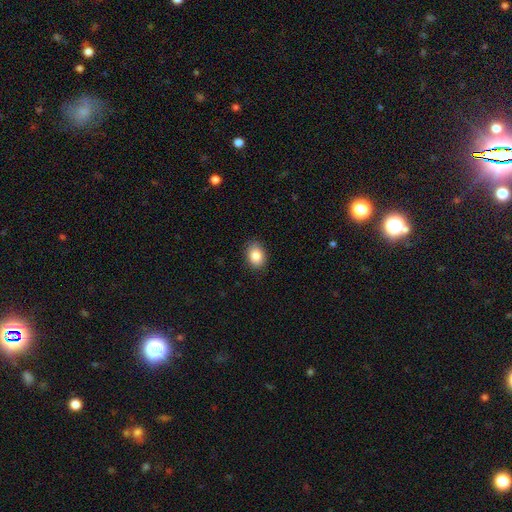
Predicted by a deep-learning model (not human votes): smooth-or-featured: smooth: 86% | star or artifact: 8% | featured or disk: 6%
  how-rounded: in between: 65% | round: 34% | cigar-shaped: 1%
  merging: none: 86% | minor disturbance: 11% | major disturbance: 2% | merger: 1%